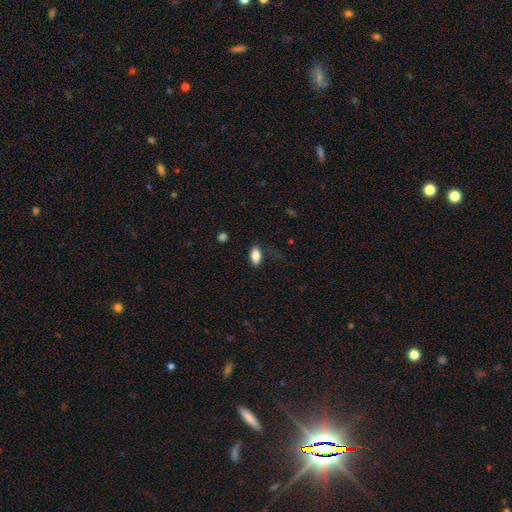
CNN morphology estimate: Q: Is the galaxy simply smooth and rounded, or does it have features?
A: smooth — 84%.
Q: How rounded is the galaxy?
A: in between — 89%.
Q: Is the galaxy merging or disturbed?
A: none — 78%.